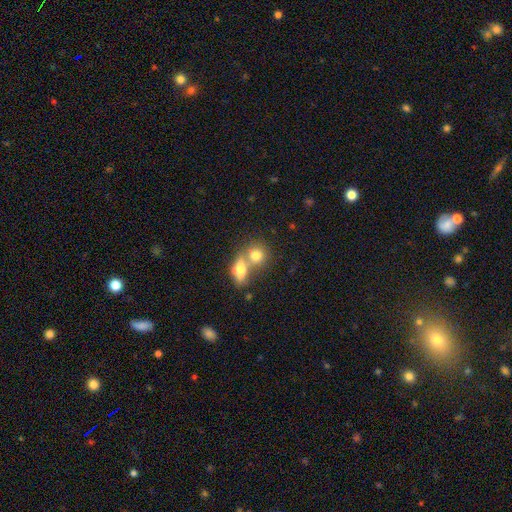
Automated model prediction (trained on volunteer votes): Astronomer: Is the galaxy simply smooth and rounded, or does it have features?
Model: smooth — 77%.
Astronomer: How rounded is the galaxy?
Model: round — 61%.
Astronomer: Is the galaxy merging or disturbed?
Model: merger — 59%.